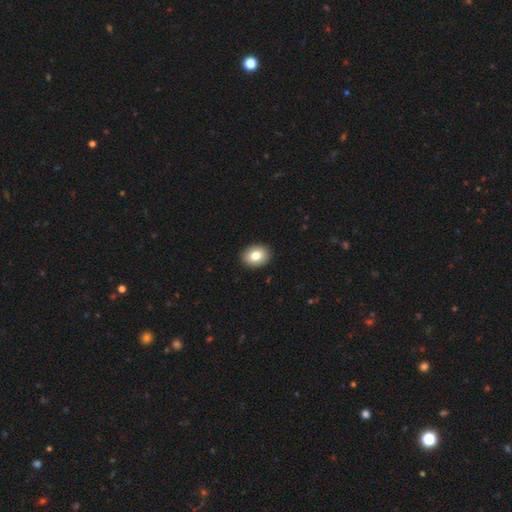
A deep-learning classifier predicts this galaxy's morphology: Smooth or featured? Predicted: smooth (p=0.80). How rounded? Predicted: in between (p=0.61). Merging? Predicted: none (p=0.91).